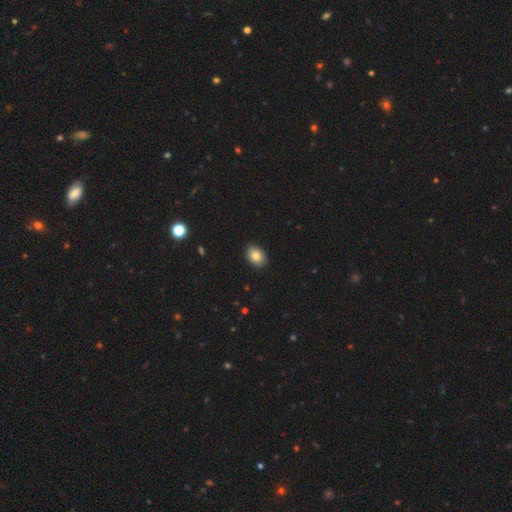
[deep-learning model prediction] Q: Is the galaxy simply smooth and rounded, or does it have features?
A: smooth — 83%.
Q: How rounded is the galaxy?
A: in between — 74%.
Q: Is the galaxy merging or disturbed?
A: none — 89%.